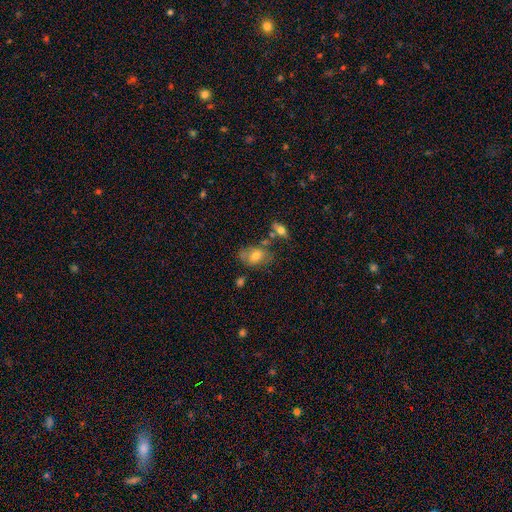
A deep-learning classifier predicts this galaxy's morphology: Q: Smooth or featured?
A: smooth (68%); runner-up: featured or disk (23%)
Q: How rounded?
A: in between (82%); runner-up: round (16%)
Q: Merging?
A: none (51%); runner-up: minor disturbance (26%)